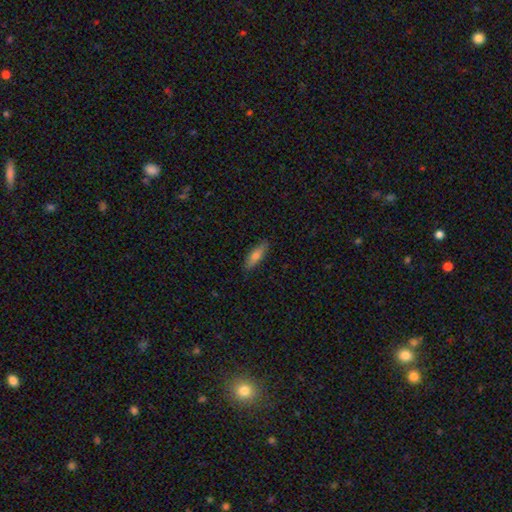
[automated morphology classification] Overall: smooth (73%). How rounded: cigar-shaped (51%; in between 47%). Merging: none (87%).